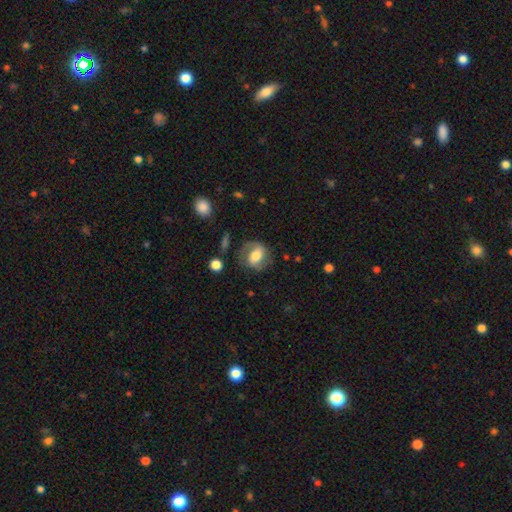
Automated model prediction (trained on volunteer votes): Smooth or featured? Predicted: featured or disk (p=0.58). Edge-on disk? Predicted: no (p=0.96). Bar? Predicted: weak (p=0.39). Spiral arms? Predicted: yes (p=0.83). Bulge size? Predicted: moderate (p=0.55). Merging? Predicted: none (p=0.70).